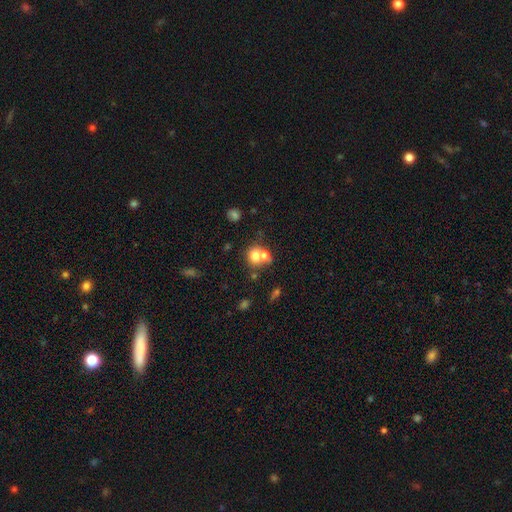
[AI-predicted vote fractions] This appears to be a smooth galaxy with no disk features (69%) that is round (76%). Merging: merger (55%).